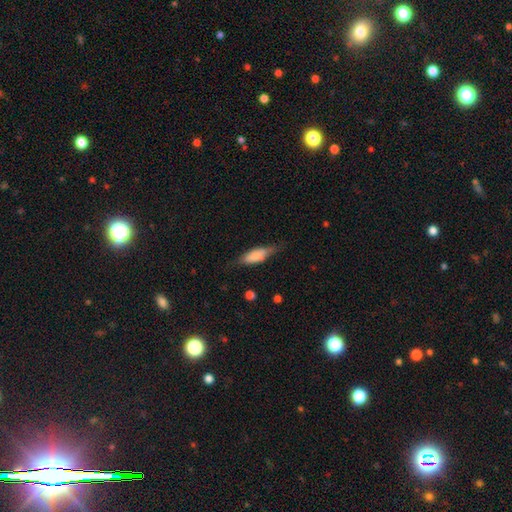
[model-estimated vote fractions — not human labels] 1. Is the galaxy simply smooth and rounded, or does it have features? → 68% smooth, 26% featured or disk, 6% star or artifact.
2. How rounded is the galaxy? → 60% in between, 37% cigar-shaped, 2% round.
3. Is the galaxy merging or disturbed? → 64% none, 27% minor disturbance, 8% major disturbance, 2% merger.